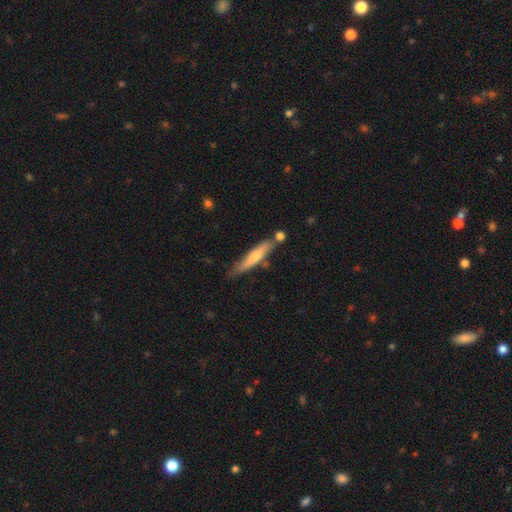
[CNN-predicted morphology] Smooth or featured?
  - smooth: 56% *
  - featured or disk: 38%
  - star or artifact: 5%
How rounded?
  - cigar-shaped: 89% *
  - in between: 10%
  - round: 1%
Merging?
  - none: 68% *
  - minor disturbance: 18%
  - merger: 10%
  - major disturbance: 4%